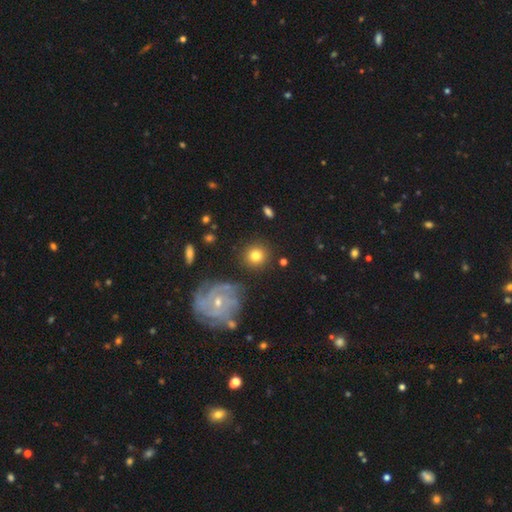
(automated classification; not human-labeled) This appears to be a smooth galaxy with no disk features (73%) that is round (91%). Merging: none (86%).